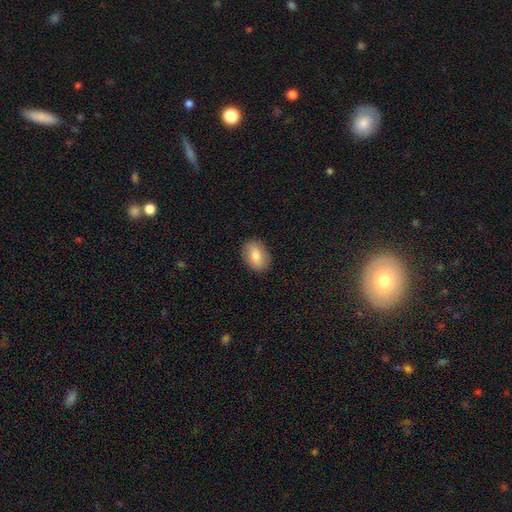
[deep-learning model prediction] Smooth or featured? Predicted: smooth (p=0.75). How rounded? Predicted: in between (p=0.80). Merging? Predicted: none (p=0.86).